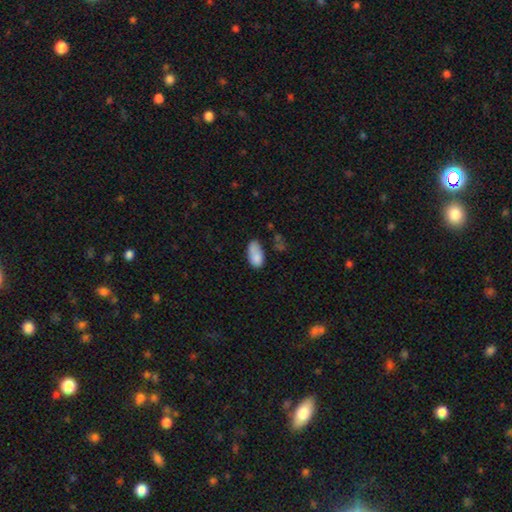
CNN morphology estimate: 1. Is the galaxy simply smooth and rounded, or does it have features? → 82% smooth, 10% featured or disk, 8% star or artifact.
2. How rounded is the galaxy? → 92% in between, 4% round, 4% cigar-shaped.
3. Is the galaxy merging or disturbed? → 45% none, 32% minor disturbance, 13% major disturbance, 11% merger.